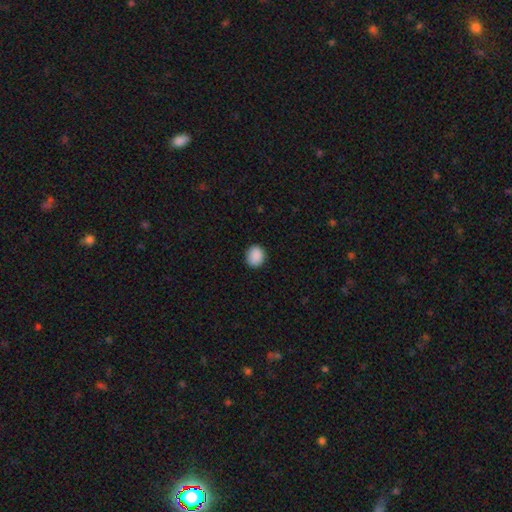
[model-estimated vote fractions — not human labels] Smooth or featured? smooth (89%)
How rounded? round (70%)
Merging? none (88%)